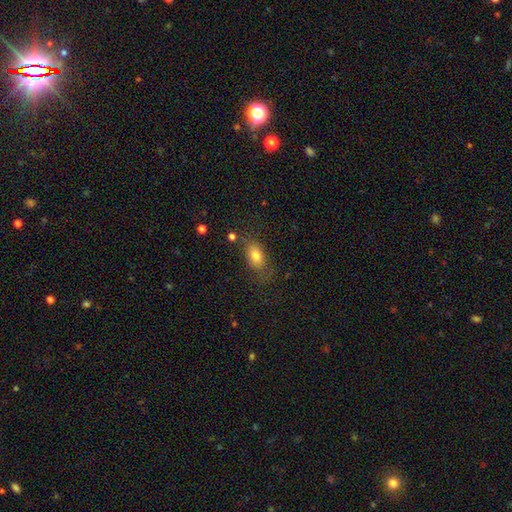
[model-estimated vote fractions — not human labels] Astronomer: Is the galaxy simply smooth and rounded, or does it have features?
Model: smooth — 79%.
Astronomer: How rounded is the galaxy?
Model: in between — 83%.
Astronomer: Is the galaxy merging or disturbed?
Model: none — 70%.